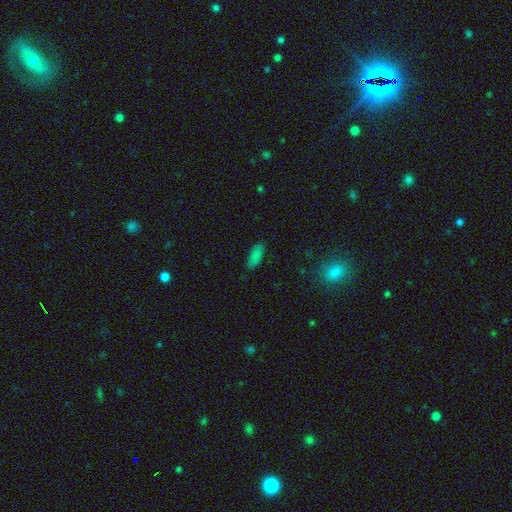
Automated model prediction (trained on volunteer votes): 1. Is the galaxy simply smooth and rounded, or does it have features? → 84% smooth, 11% star or artifact, 5% featured or disk.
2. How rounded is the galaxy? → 82% in between, 16% cigar-shaped, 2% round.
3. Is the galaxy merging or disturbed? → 84% none, 12% minor disturbance, 3% major disturbance, 1% merger.